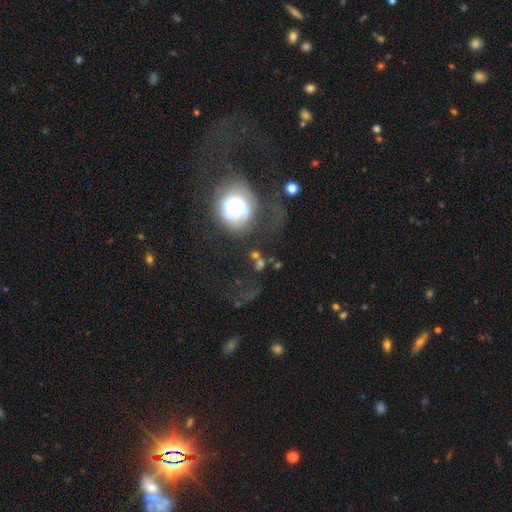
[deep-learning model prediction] smooth-or-featured: smooth: 46% | featured or disk: 37% | star or artifact: 17%
  merging: major disturbance: 37% (tied) | none: 37% (tied) | minor disturbance: 19% | merger: 7%